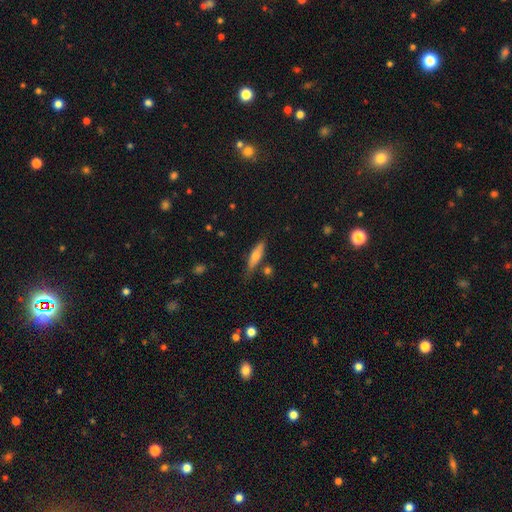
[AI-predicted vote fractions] smooth 52%, featured or disk 42%, star or artifact 7%. Down the decision tree: how rounded — cigar-shaped (69%); merging — none (74%).